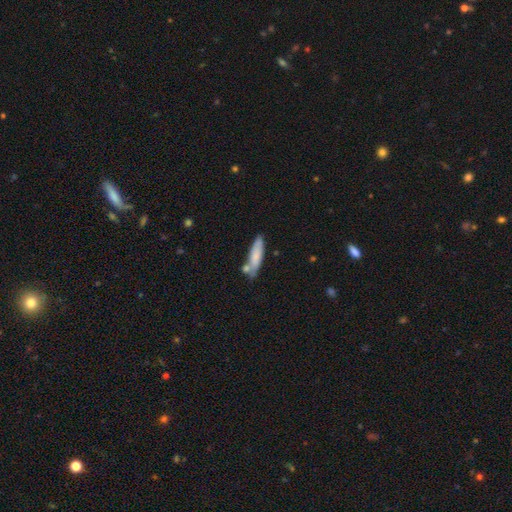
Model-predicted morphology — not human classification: type=smooth (76%); roundness=cigar-shaped (65%); merging=none (63%).